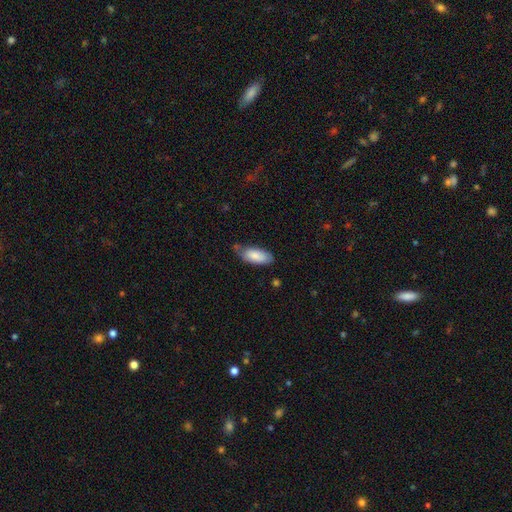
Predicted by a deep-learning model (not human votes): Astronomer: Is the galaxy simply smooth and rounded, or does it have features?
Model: smooth — 83%.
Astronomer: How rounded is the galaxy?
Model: in between — 84%.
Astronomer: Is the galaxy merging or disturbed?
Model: none — 55% (runner-up: minor disturbance, 34%).